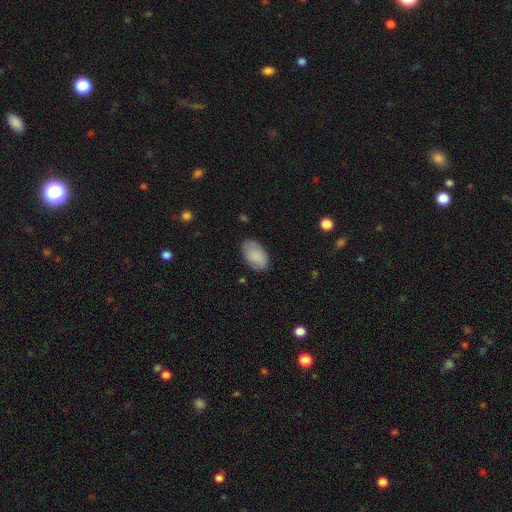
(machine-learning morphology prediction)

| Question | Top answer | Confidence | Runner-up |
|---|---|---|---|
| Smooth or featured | smooth | 85% | featured or disk (9%) |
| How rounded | in between | 94% | round (5%) |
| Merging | none | 82% | minor disturbance (14%) |